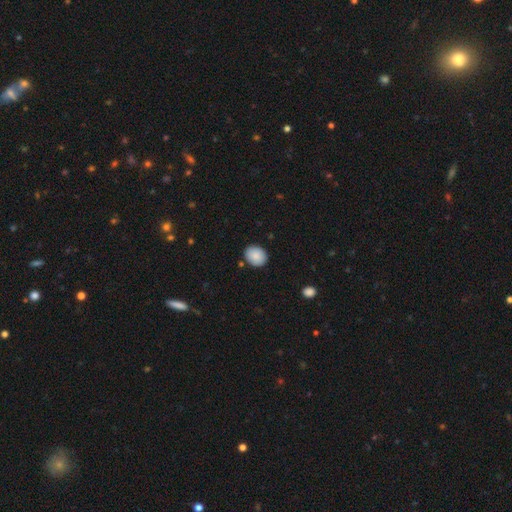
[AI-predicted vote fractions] A smooth galaxy with no disk features (88%) that is round (53%).

Vote fractions:
- Smooth or featured? smooth: 88% / star or artifact: 7% / featured or disk: 5%
- How rounded? round: 53% / in between: 46% / cigar-shaped: 1%
- Merging? none: 85% / minor disturbance: 11% / major disturbance: 2% / merger: 2%